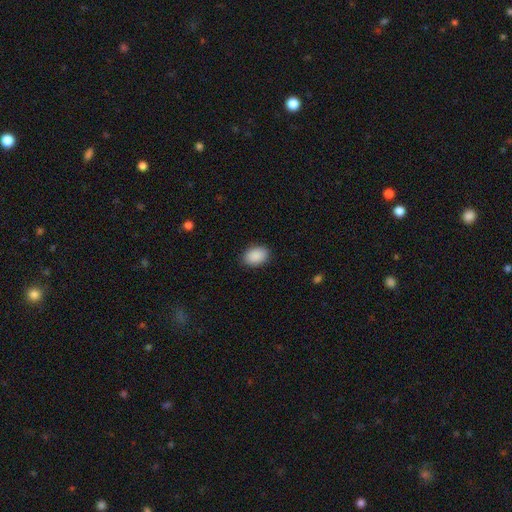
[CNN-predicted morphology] smooth 90%, star or artifact 7%, featured or disk 3%. Down the decision tree: how rounded — in between (79%); merging — none (88%).